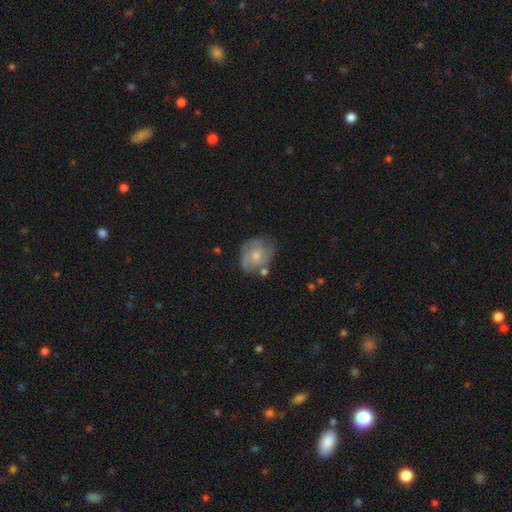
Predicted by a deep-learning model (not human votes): The model was most divided on "smooth or featured": featured or disk: 51%, smooth: 42%, star or artifact: 7%. More confident: edge-on disk — no (97%); merging — none (56%).